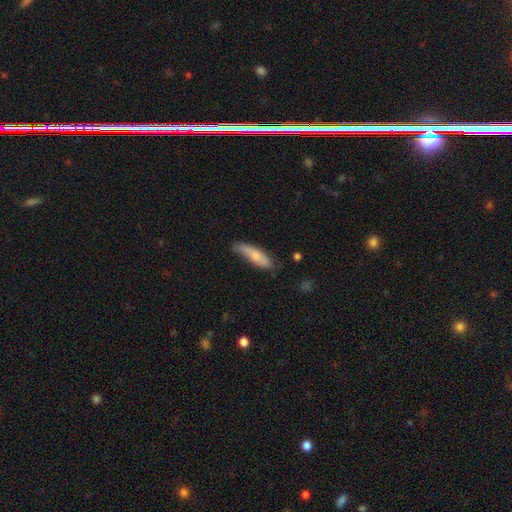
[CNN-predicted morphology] Smooth or featured? smooth (71%)
How rounded? cigar-shaped (63%)
Merging? none (59%)